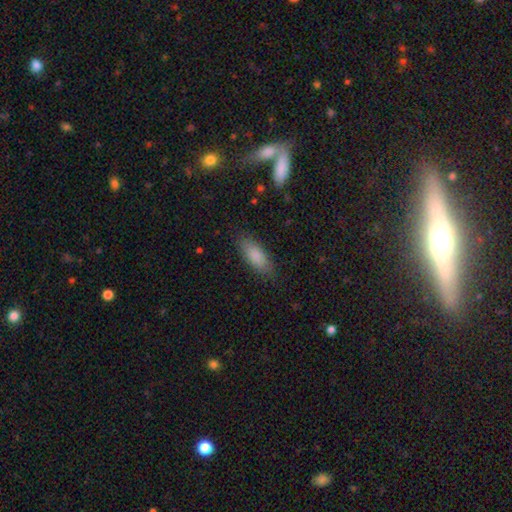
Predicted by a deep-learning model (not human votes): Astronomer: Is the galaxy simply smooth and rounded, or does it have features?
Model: smooth — 85%.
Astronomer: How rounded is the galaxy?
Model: in between — 76%.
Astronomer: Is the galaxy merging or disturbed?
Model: none — 84%.